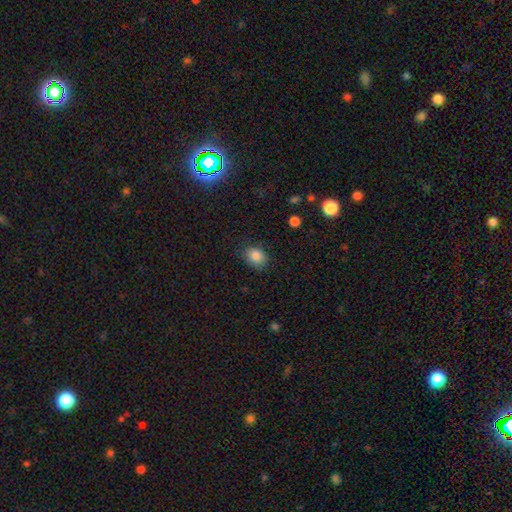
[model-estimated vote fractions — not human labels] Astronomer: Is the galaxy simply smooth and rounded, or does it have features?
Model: smooth — 85%.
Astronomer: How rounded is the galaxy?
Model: round — 54% (runner-up: in between, 45%).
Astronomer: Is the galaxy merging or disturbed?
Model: none — 78%.